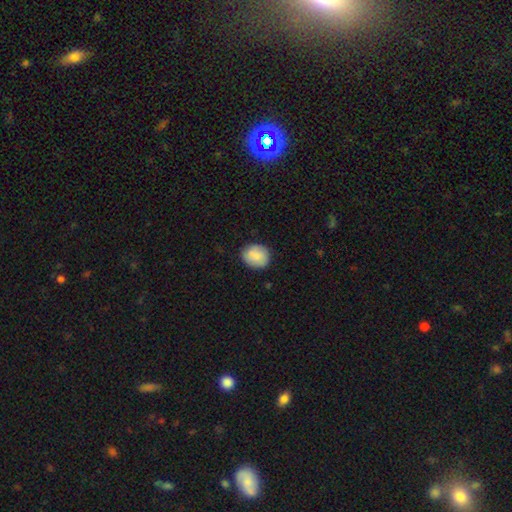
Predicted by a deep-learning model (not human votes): Q: Smooth or featured?
A: smooth (84%); runner-up: featured or disk (9%)
Q: How rounded?
A: round (70%); runner-up: in between (29%)
Q: Merging?
A: none (82%); runner-up: minor disturbance (13%)